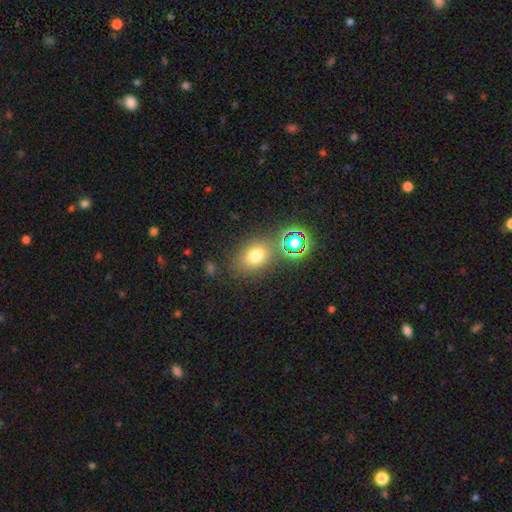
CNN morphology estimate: This is likely a smooth galaxy (71%). How rounded: possibly in between (60%). Merging: likely none (73%).